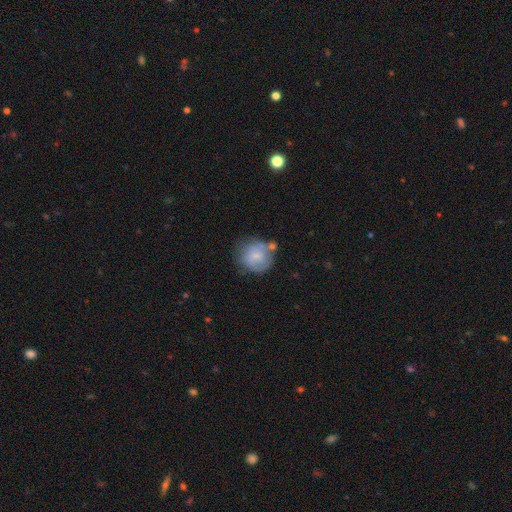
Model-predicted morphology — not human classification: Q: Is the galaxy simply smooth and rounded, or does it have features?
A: smooth — 65%.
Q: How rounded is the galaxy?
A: round — 85%.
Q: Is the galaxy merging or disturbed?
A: none — 51%.